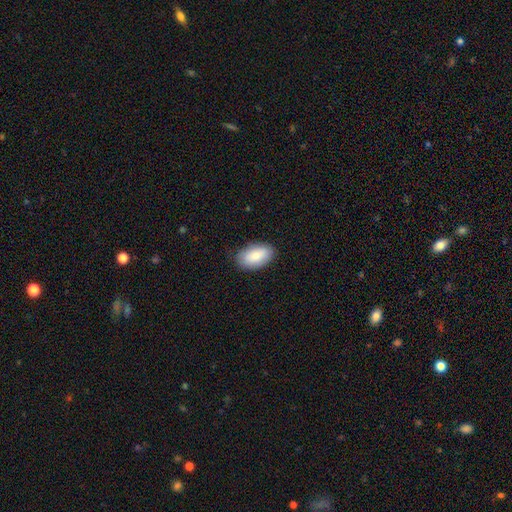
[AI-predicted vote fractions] smooth-or-featured: smooth: 79% | featured or disk: 15% | star or artifact: 6%
  how-rounded: in between: 94% | round: 5% | cigar-shaped: 2%
  merging: none: 85% | minor disturbance: 12% | major disturbance: 3% | merger: 1%